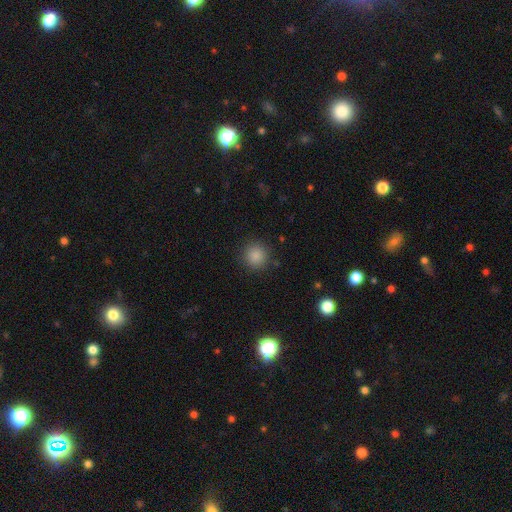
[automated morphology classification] The model was most divided on "smooth or featured": smooth: 85%, star or artifact: 11%, featured or disk: 4%. More confident: how rounded — round (94%); merging — none (89%).